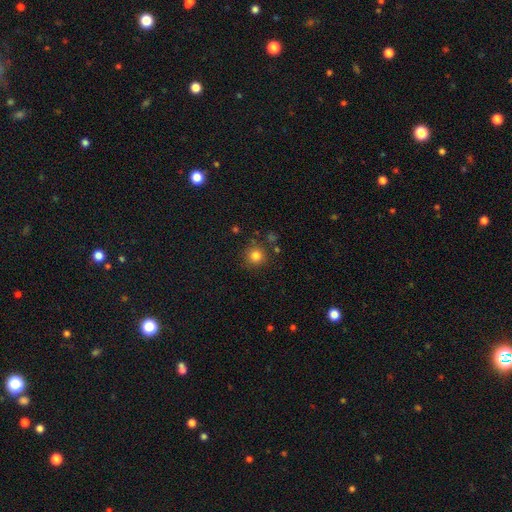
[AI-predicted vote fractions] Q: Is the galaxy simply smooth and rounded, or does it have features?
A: smooth — 82%.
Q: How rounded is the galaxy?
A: round — 94%.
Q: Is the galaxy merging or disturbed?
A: none — 85%.